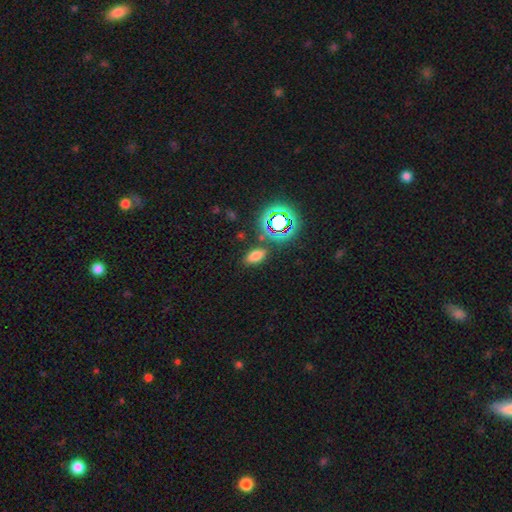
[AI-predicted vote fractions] Smooth or featured? Predicted: smooth (p=0.69). How rounded? Predicted: in between (p=0.87). Merging? Predicted: none (p=0.81).